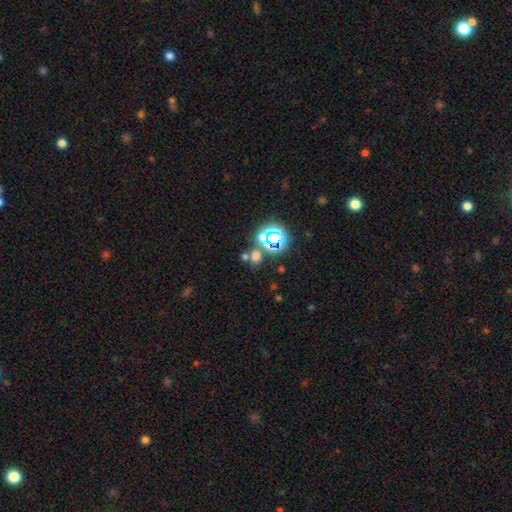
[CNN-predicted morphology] smooth 51%, star or artifact 41%, featured or disk 8%. Down the decision tree: how rounded — round (76%); merging — none (66%).